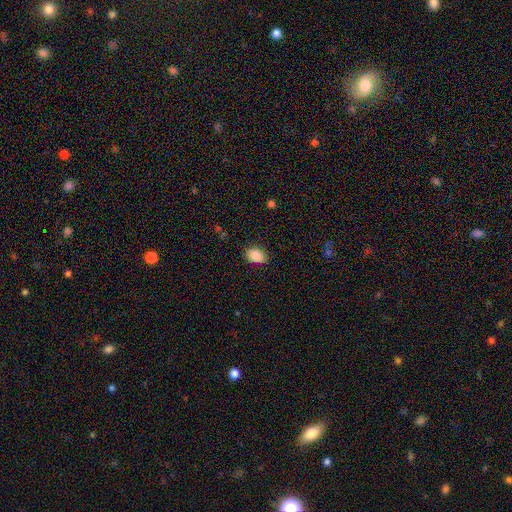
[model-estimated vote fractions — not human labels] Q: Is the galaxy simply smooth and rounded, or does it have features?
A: smooth — 87%.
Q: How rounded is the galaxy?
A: in between — 81%.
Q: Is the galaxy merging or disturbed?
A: none — 82%.